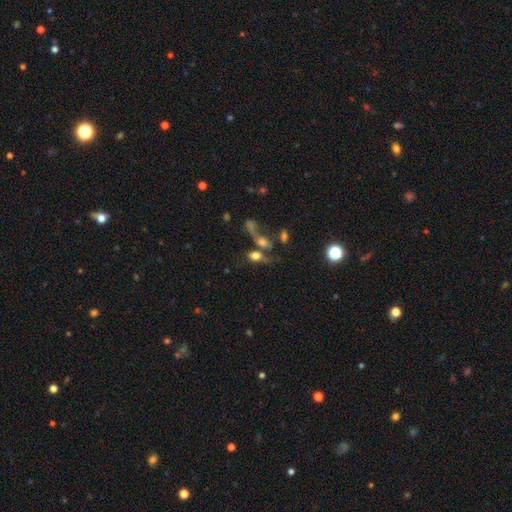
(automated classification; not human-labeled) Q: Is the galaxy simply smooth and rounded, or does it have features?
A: smooth — 59%.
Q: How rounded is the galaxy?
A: in between — 67%.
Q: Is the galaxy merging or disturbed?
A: merger — 46%.